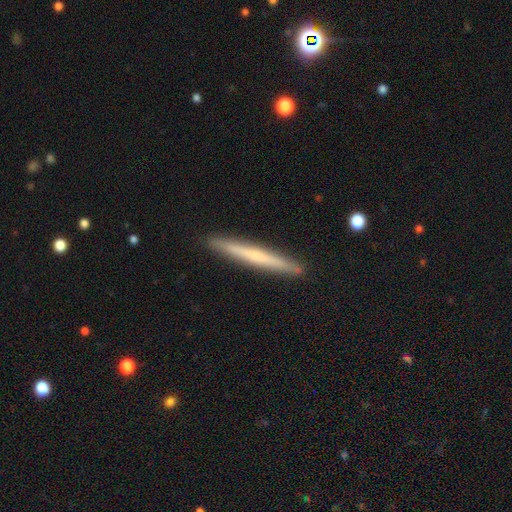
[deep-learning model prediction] The model was most divided on "smooth or featured": smooth: 49%, featured or disk: 45%, star or artifact: 6%. More confident: merging — none (92%).